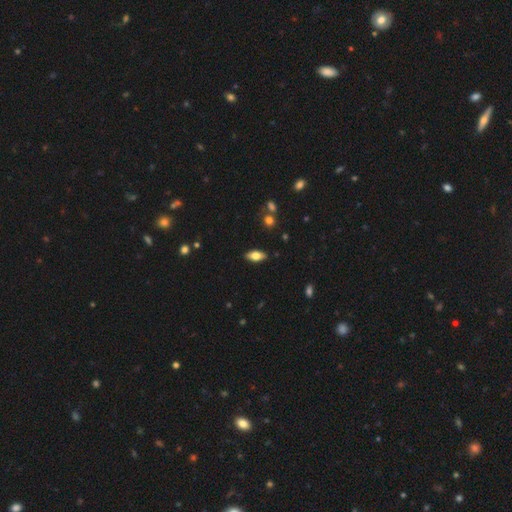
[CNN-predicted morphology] This appears to be a smooth galaxy with no disk features (69%) that is in between round and cigar-shaped (84%). Merging: none (88%).